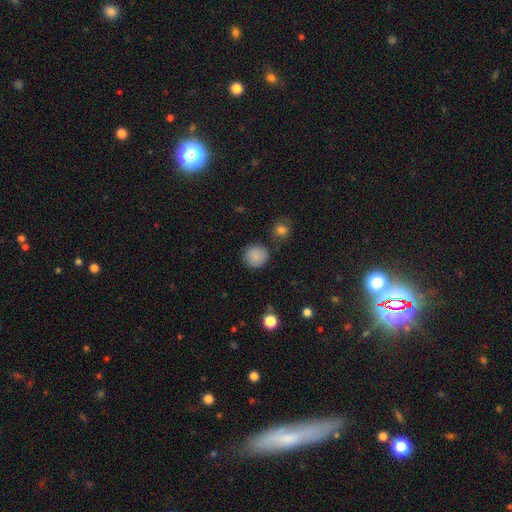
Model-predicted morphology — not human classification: The model was most divided on "smooth or featured": smooth: 86%, star or artifact: 9%, featured or disk: 5%. More confident: how rounded — round (93%); merging — none (85%).